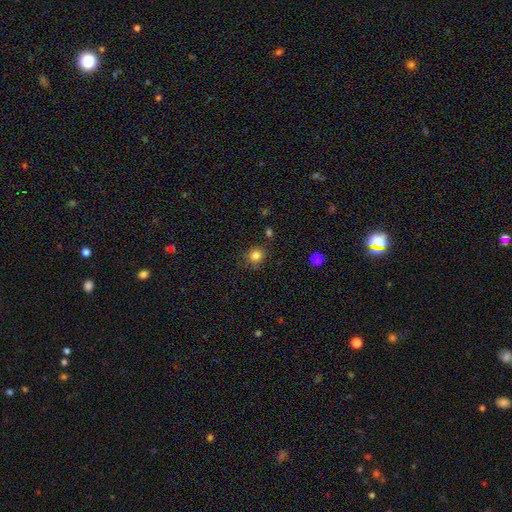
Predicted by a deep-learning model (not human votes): A smooth galaxy with no disk features (82%) that is round (84%). Merging: none (81%).